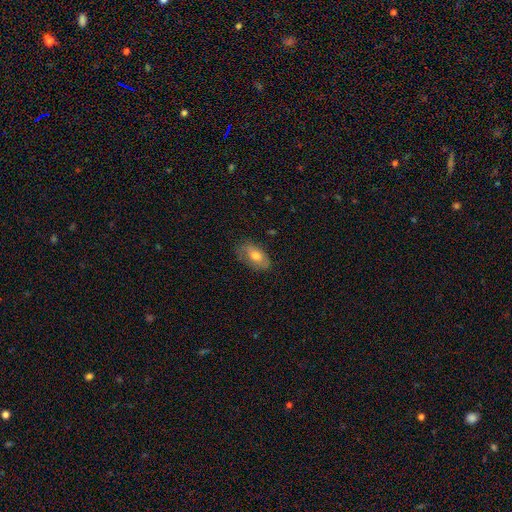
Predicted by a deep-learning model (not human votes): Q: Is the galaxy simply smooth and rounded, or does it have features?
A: smooth — 62%.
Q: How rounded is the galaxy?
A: in between — 91%.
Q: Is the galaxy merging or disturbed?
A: none — 70%.